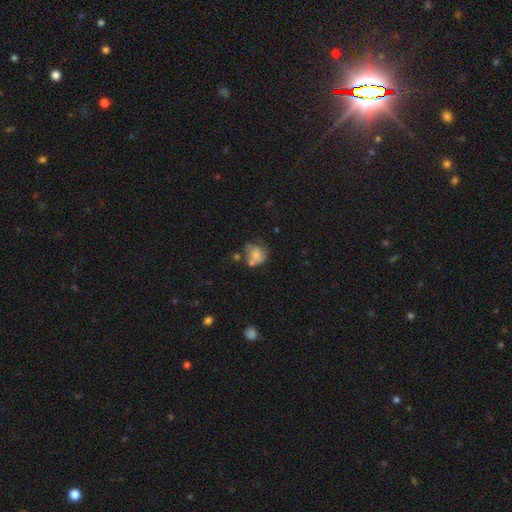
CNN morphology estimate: Smooth or featured?
  - smooth: 62% *
  - featured or disk: 28%
  - star or artifact: 10%
How rounded?
  - round: 64% *
  - in between: 35%
  - cigar-shaped: 1%
Merging?
  - none: 35% *
  - minor disturbance: 26%
  - major disturbance: 20%
  - merger: 20%